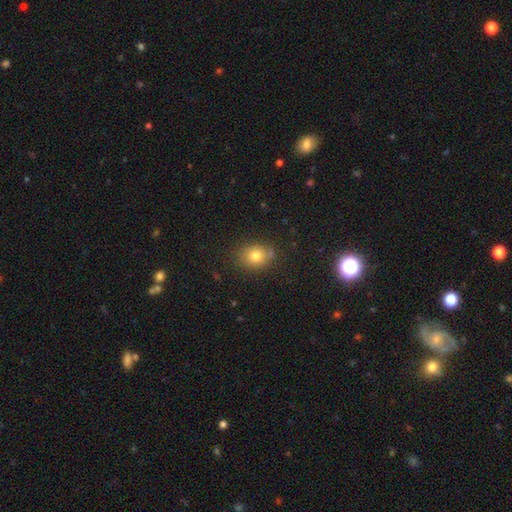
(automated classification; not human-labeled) Smooth or featured? Predicted: smooth (p=0.78). How rounded? Predicted: round (p=0.61). Merging? Predicted: none (p=0.79).